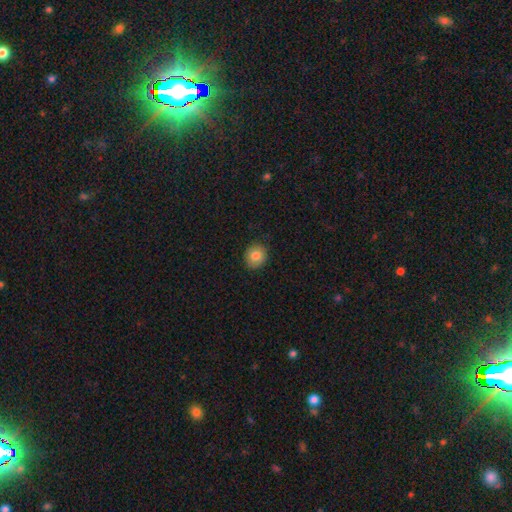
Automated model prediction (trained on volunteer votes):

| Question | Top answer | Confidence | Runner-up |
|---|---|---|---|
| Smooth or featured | smooth | 82% | star or artifact (9%) |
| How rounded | round | 78% | in between (21%) |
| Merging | none | 88% | minor disturbance (9%) |